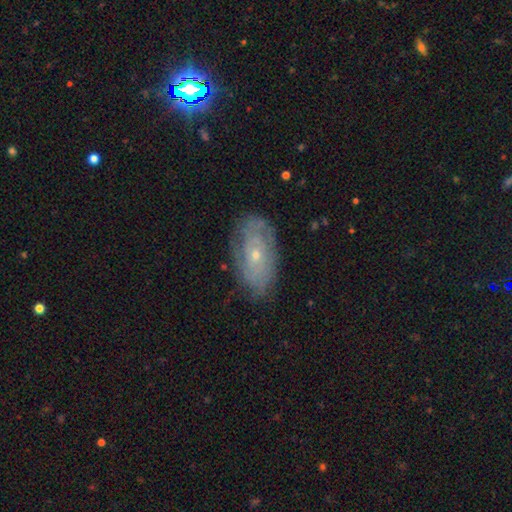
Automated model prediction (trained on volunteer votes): This appears to be a featured or disk galaxy (70%) with no bar (82%), tight (70%) spiral arms (79%) and a small central bulge (72%). Merging: none (77%).